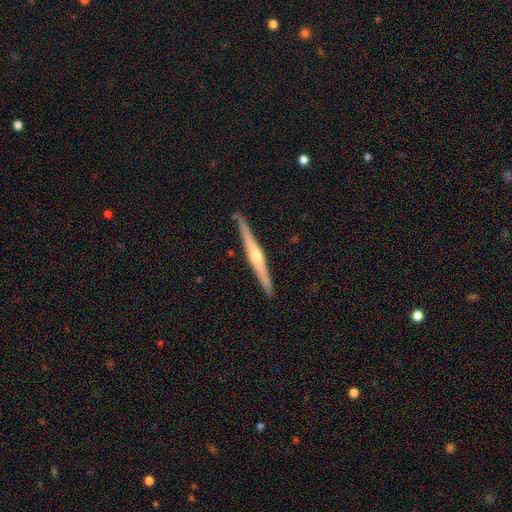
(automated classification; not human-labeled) This appears to be a featured or disk galaxy (78%) viewed edge-on (98%) with a rounded central bulge (86%). Merging: none (90%).